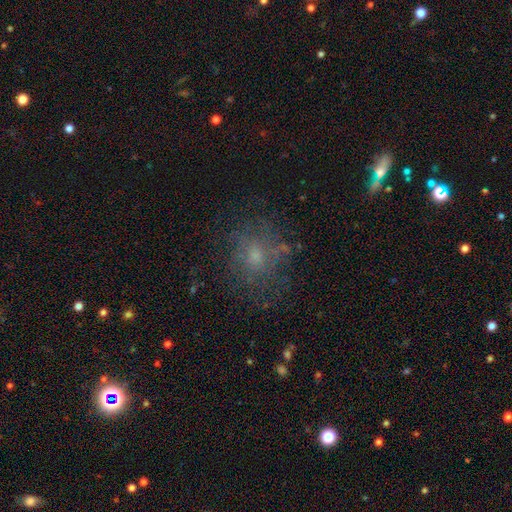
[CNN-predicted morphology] smooth_or_featured: smooth (p=0.51) [alt: featured or disk p=0.30]
how_rounded: round (p=0.72) [alt: in between p=0.27]
merging: none (p=0.65) [alt: minor disturbance p=0.18]